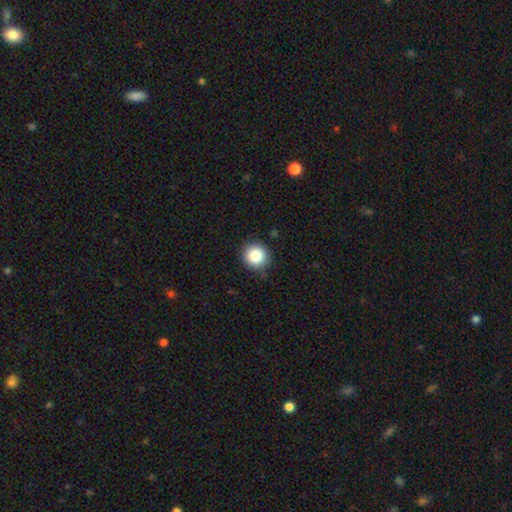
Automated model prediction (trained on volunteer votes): Smooth or featured: smooth — 84% (star or artifact — 10%)
How rounded: round — 93% (in between — 6%)
Merging: none — 88% (minor disturbance — 8%)